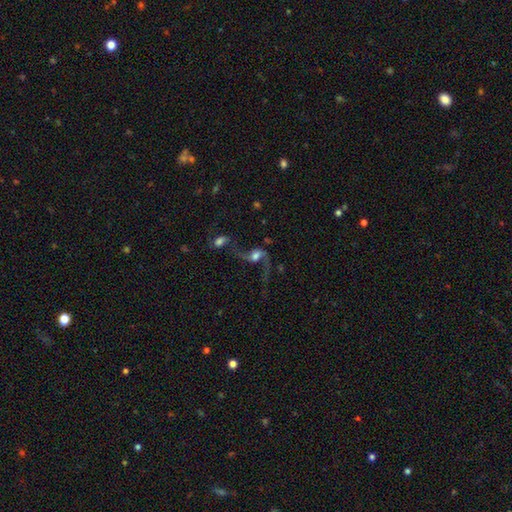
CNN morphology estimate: smooth_or_featured: featured or disk (p=0.75) [alt: smooth p=0.15]
disk_edge_on: no (p=0.94) [alt: yes p=0.06]
bar: no (p=0.48) [alt: weak p=0.38]
has_spiral_arms: yes (p=0.89) [alt: no p=0.11]
spiral_winding: loose (p=0.89) [alt: medium p=0.08]
spiral_arm_count: 2 (p=0.85) [alt: 1 p=0.10]
bulge_size: moderate (p=0.45) [alt: large p=0.27]
merging: none (p=0.33) [alt: merger p=0.31]